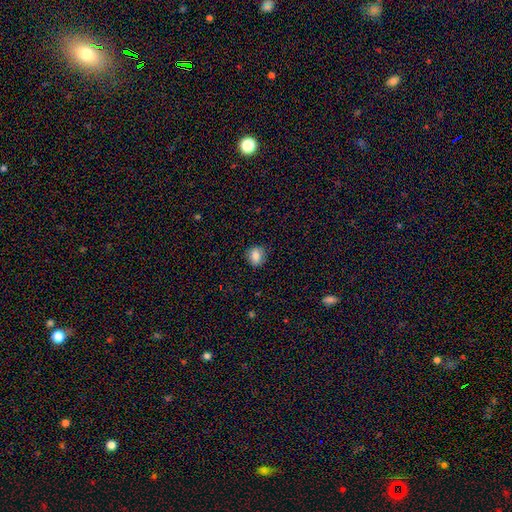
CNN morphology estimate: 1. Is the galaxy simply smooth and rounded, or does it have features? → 80% smooth, 10% featured or disk, 9% star or artifact.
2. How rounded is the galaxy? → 70% round, 29% in between, 1% cigar-shaped.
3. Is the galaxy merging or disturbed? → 84% none, 12% minor disturbance, 3% major disturbance, 1% merger.